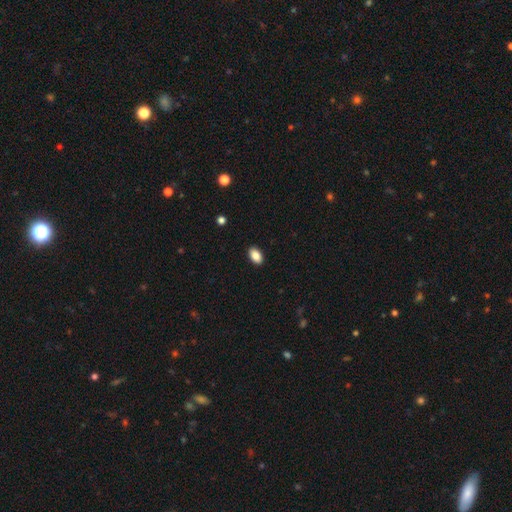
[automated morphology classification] Smooth or featured? smooth (88%)
How rounded? in between (91%)
Merging? none (90%)